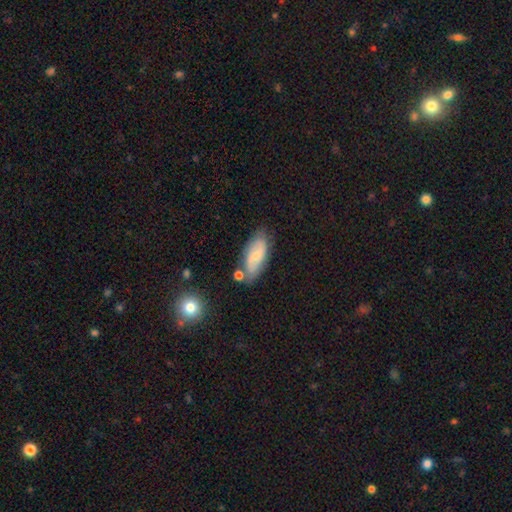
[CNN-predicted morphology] Smooth or featured? Predicted: featured or disk (p=0.48). Merging? Predicted: none (p=0.69).